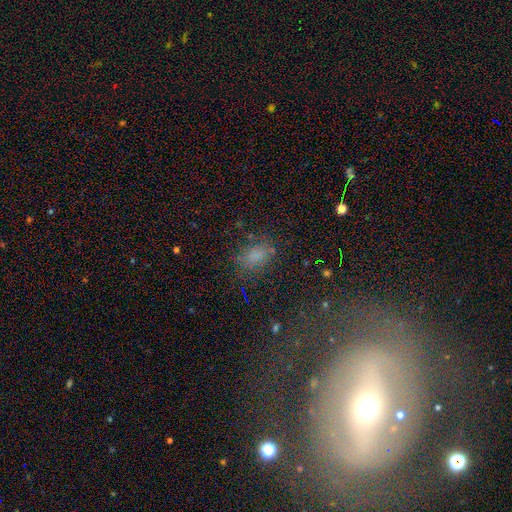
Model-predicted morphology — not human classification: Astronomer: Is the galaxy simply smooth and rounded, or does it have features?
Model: smooth — 68%.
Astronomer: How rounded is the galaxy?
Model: in between — 80%.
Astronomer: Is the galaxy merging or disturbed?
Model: none — 67%.